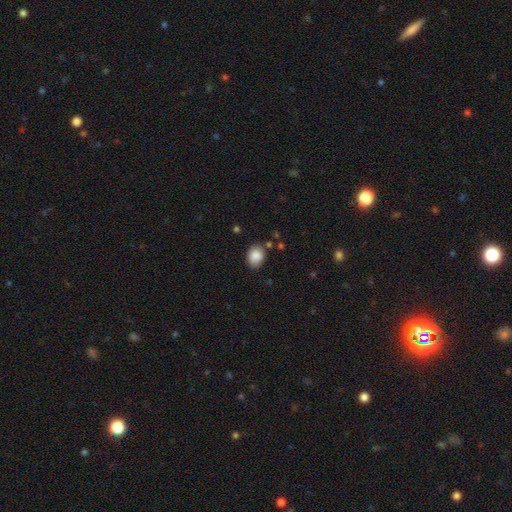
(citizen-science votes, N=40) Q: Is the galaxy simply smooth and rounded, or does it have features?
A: smooth — 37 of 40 (92%).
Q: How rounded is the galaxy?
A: round — 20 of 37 (54%).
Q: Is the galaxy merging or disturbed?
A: none — 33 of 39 (85%).